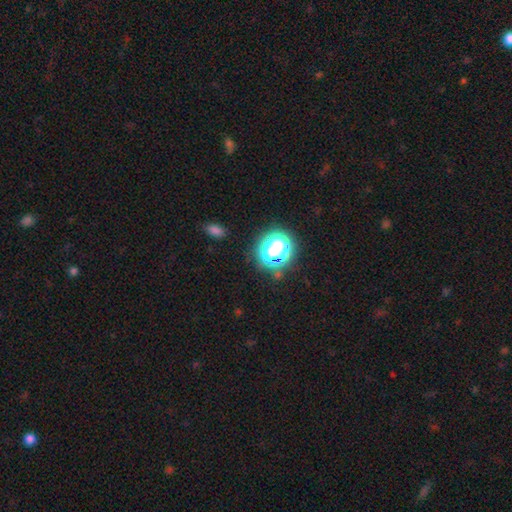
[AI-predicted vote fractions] Smooth or featured?
  - star or artifact: 76% *
  - smooth: 18%
  - featured or disk: 6%